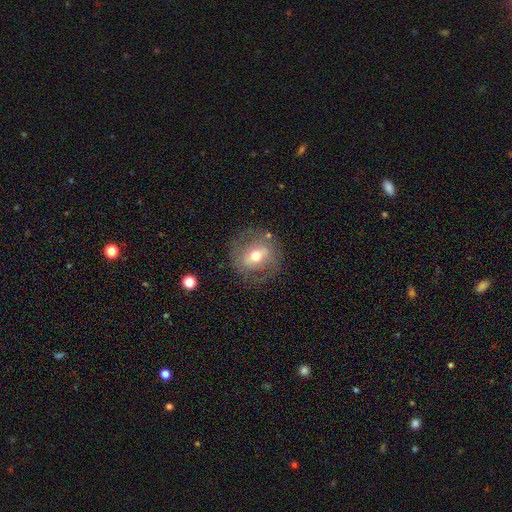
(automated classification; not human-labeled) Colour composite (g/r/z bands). It shows a featured or disk galaxy (51%). Merging: none (76%).